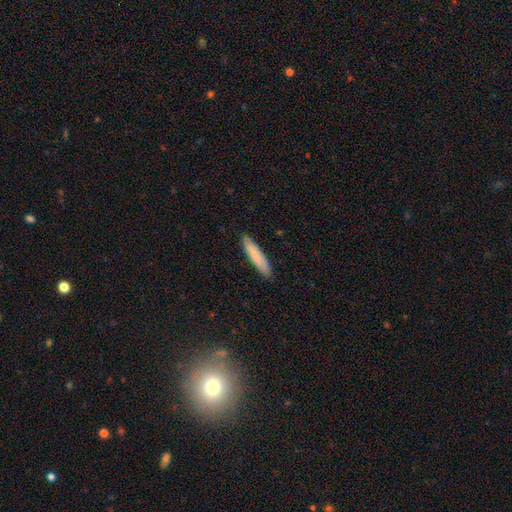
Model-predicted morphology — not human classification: The model was most divided on "smooth or featured": smooth: 80%, featured or disk: 14%, star or artifact: 6%. More confident: merging — none (89%); how rounded — cigar-shaped (85%).